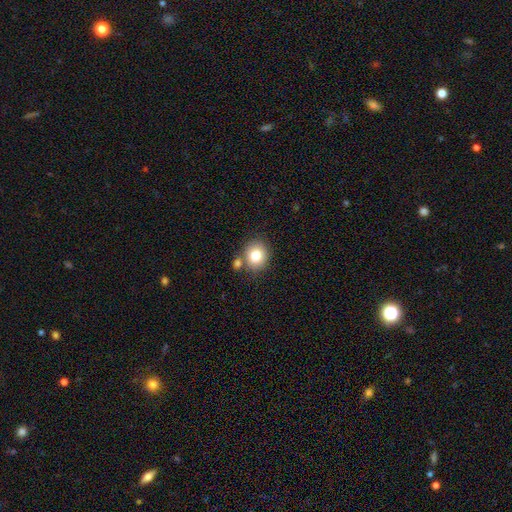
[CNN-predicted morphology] Smooth or featured?
  - smooth: 81% *
  - star or artifact: 10%
  - featured or disk: 9%
How rounded?
  - round: 73% *
  - in between: 26%
  - cigar-shaped: 1%
Merging?
  - none: 71% *
  - merger: 15%
  - minor disturbance: 11%
  - major disturbance: 3%